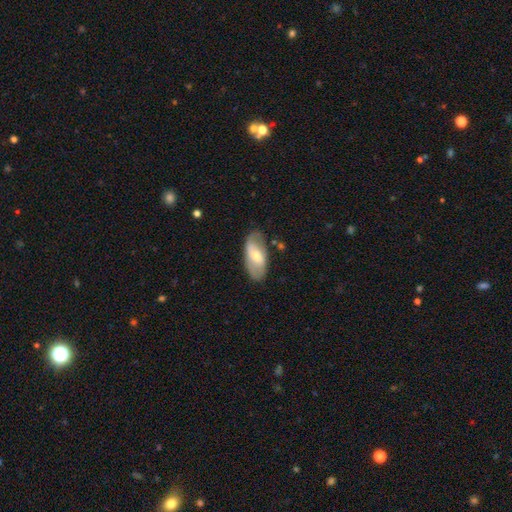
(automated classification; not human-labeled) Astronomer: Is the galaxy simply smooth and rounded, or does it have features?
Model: smooth — 48% (runner-up: featured or disk, 46%).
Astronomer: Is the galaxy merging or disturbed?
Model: none — 73%.